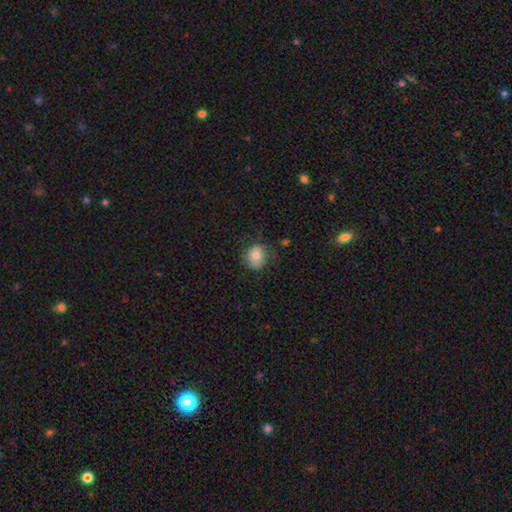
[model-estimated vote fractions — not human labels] Smooth or featured? Predicted: smooth (p=0.75). How rounded? Predicted: round (p=0.74). Merging? Predicted: none (p=0.66).